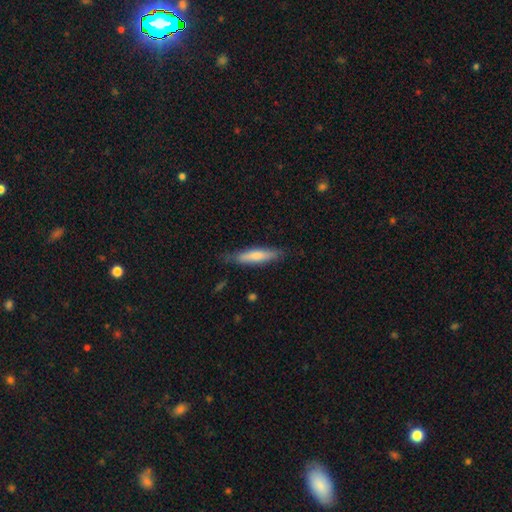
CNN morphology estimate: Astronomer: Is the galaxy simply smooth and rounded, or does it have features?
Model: smooth — 70%.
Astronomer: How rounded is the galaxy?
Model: cigar-shaped — 83%.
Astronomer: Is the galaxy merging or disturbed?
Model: none — 79%.